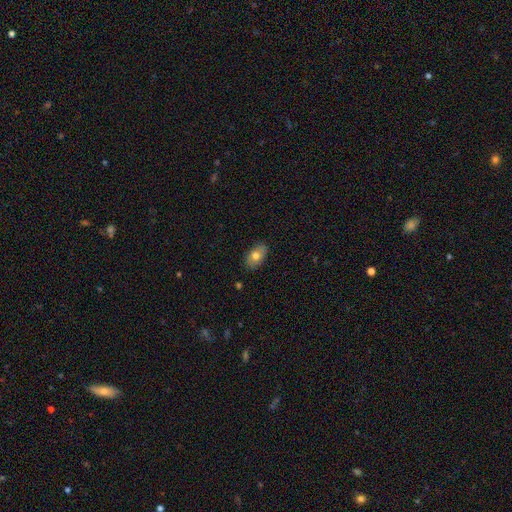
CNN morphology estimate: smooth 73%, featured or disk 20%, star or artifact 7%. Down the decision tree: how rounded — in between (89%); merging — none (84%).